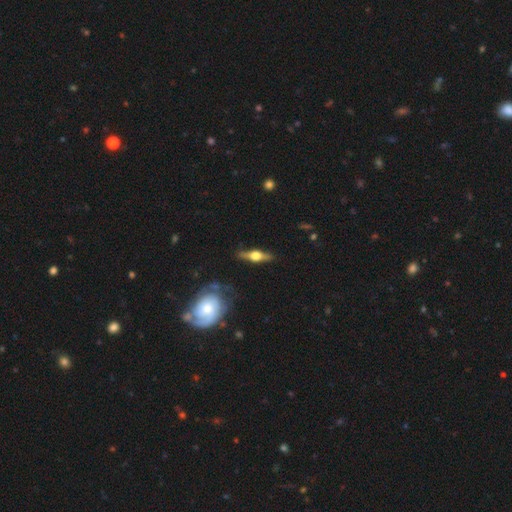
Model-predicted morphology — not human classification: Overall: featured or disk (72%). Edge-on disk: yes (94%). Edge-on bulge: rounded (95%). Merging: none (84%).